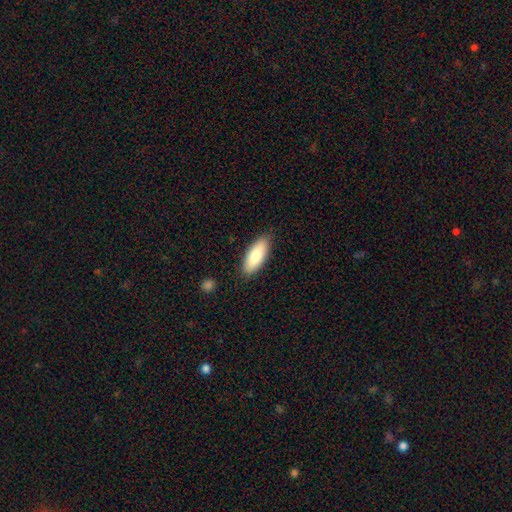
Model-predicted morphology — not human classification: This is clearly a smooth galaxy (83%). How rounded: likely in between (74%). Merging: clearly none (87%).